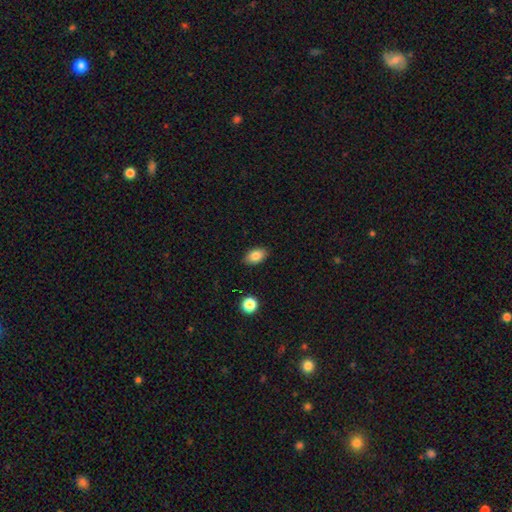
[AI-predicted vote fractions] Overall: smooth (83%). How rounded: in between (88%). Merging: none (87%).